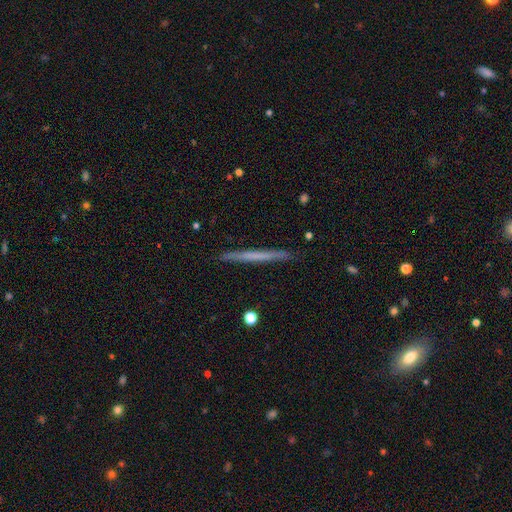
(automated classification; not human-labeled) Smooth or featured?
  - smooth: 49% *
  - featured or disk: 45%
  - star or artifact: 6%
Merging?
  - none: 91% *
  - minor disturbance: 7%
  - major disturbance: 1%
  - merger: 1%